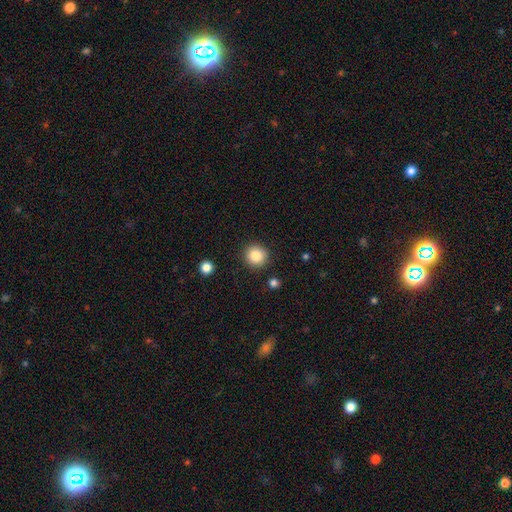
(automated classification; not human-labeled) Morphology: type=smooth (85%); roundness=round (93%); merging=none (90%).